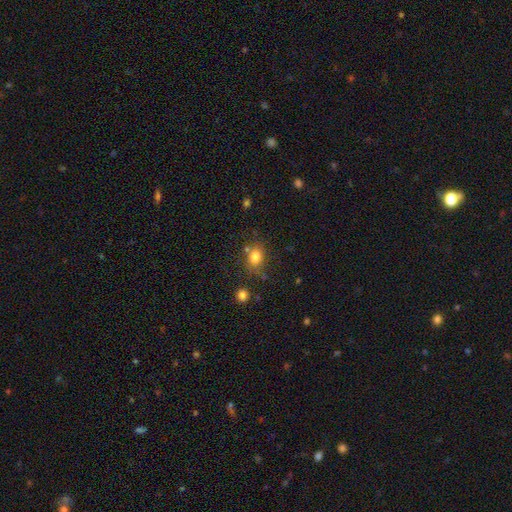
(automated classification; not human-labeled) A smooth galaxy with no disk features (81%) that is in between round and cigar-shaped (51%).

Vote fractions:
- Smooth or featured? smooth: 81% / star or artifact: 12% / featured or disk: 7%
- How rounded? in between: 51% / round: 48% / cigar-shaped: 1%
- Merging? none: 67% / minor disturbance: 17% / merger: 10% / major disturbance: 5%